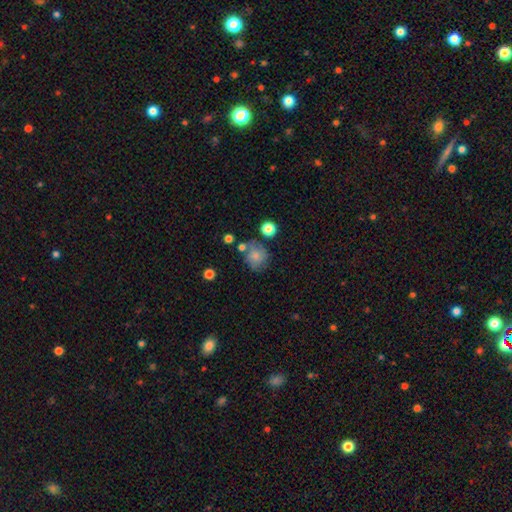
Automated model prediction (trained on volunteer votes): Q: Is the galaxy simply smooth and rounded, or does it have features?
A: smooth — 72%.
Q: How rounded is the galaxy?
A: round — 78%.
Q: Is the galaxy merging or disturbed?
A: none — 58%.